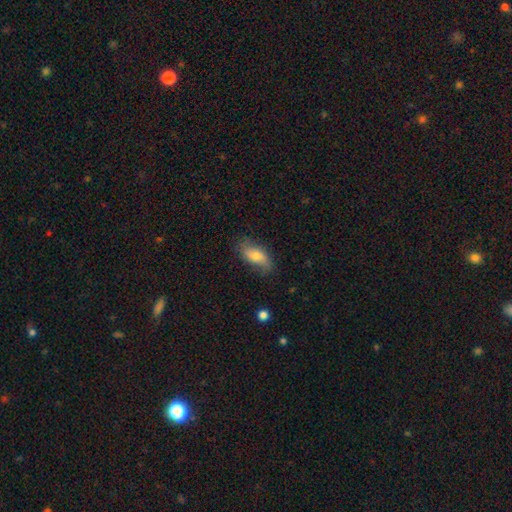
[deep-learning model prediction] Smooth or featured? smooth (68%)
How rounded? in between (85%)
Merging? none (71%)